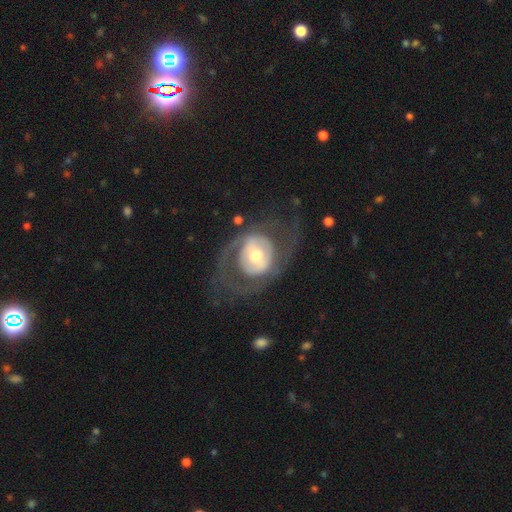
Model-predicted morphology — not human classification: smooth_or_featured: featured or disk (p=0.71) [alt: smooth p=0.24]
disk_edge_on: no (p=0.95) [alt: yes p=0.05]
bar: no (p=0.50) [alt: weak p=0.32]
has_spiral_arms: yes (p=0.56) [alt: no p=0.44]
bulge_size: moderate (p=0.68) [alt: large p=0.16]
merging: none (p=0.56) [alt: major disturbance p=0.26]